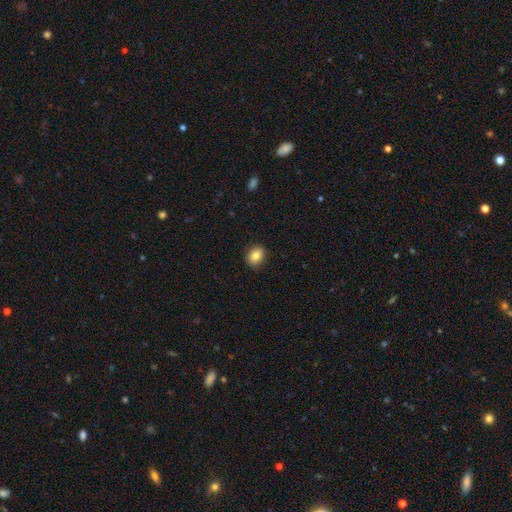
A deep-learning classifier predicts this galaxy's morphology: Smooth or featured? Predicted: smooth (p=0.83). How rounded? Predicted: in between (p=0.50). Merging? Predicted: none (p=0.88).